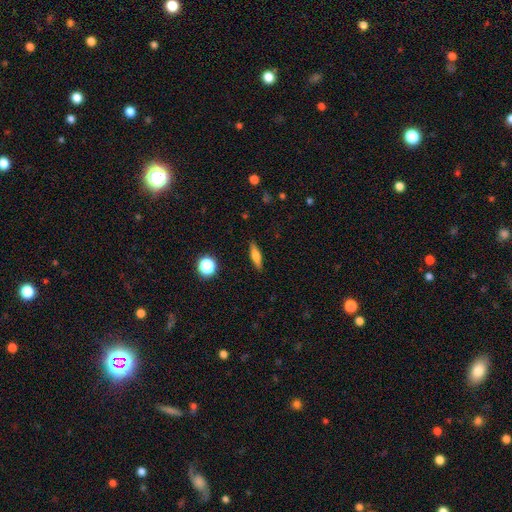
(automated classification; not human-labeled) This is likely a smooth galaxy (65%). How rounded: likely cigar-shaped (64%). Merging: clearly none (88%).